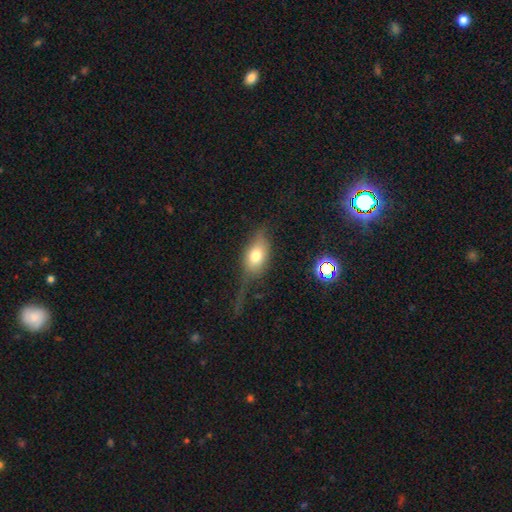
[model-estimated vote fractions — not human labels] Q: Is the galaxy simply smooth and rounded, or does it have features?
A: smooth — 65%.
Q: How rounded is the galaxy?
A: in between — 81%.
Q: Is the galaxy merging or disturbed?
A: none — 40%.